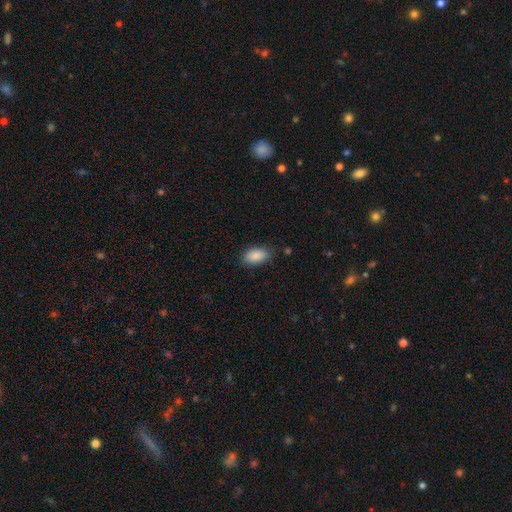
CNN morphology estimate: Smooth or featured: smooth — 88% (star or artifact — 7%)
How rounded: in between — 92% (round — 5%)
Merging: none — 79% (minor disturbance — 16%)